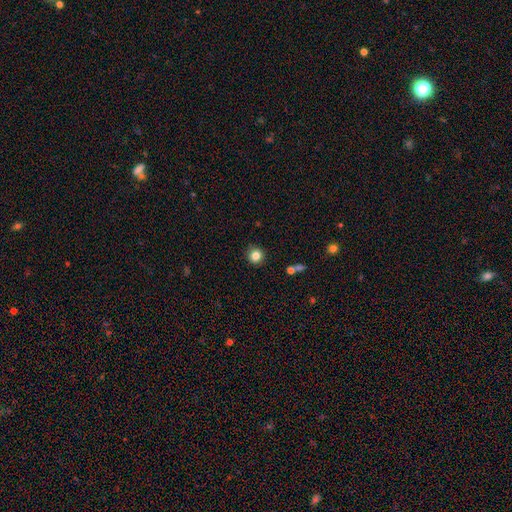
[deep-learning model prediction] A smooth galaxy with no disk features (83%) that is round (94%). Merging: none (90%).